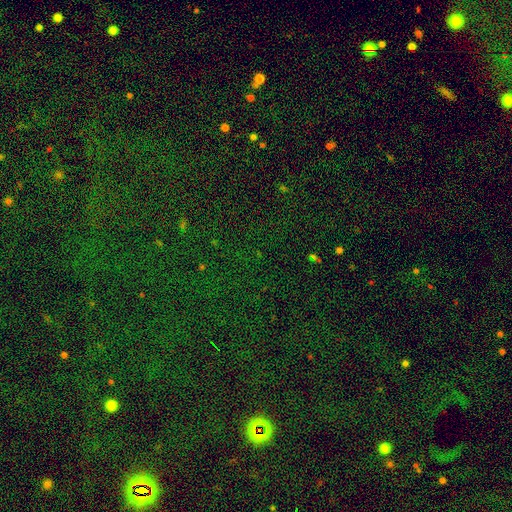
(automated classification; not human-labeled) A star or artifact, not a galaxy (82%).